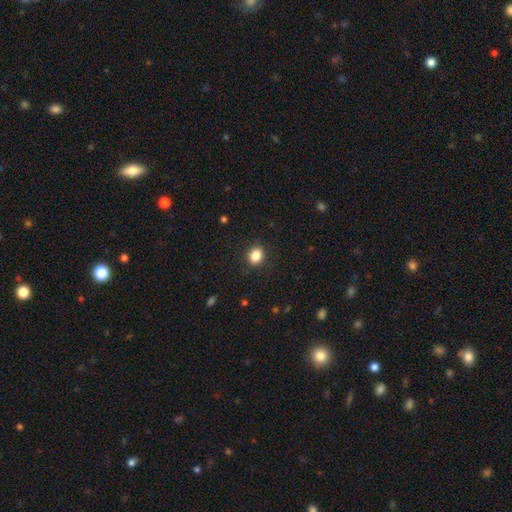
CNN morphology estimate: A smooth galaxy with no disk features (86%) that is round (54%).

Vote fractions:
- Smooth or featured? smooth: 86% / star or artifact: 10% / featured or disk: 4%
- How rounded? round: 54% / in between: 45% / cigar-shaped: 1%
- Merging? none: 89% / minor disturbance: 8% / major disturbance: 2% / merger: 1%